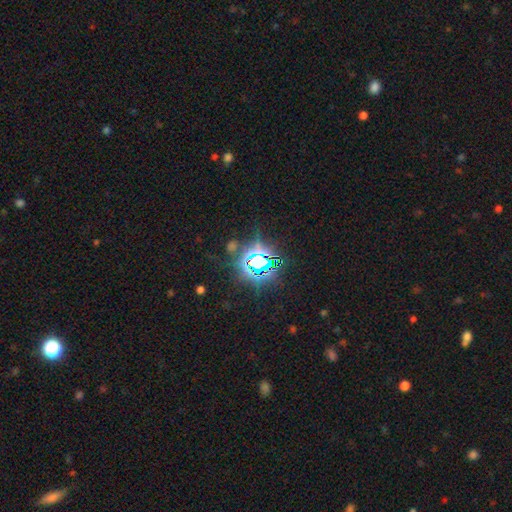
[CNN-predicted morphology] Smooth or featured?
  - star or artifact: 84% *
  - smooth: 10%
  - featured or disk: 6%